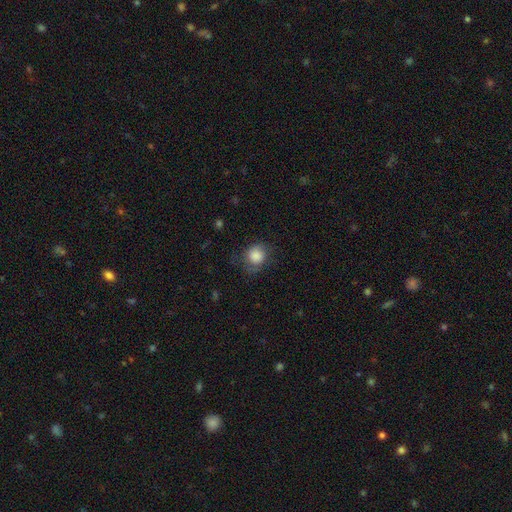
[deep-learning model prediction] A smooth galaxy with no disk features (83%) that is round (78%).

Vote fractions:
- Smooth or featured? smooth: 83% / featured or disk: 9% / star or artifact: 8%
- How rounded? round: 78% / in between: 21% / cigar-shaped: 1%
- Merging? none: 64% / minor disturbance: 24% / major disturbance: 11% / merger: 1%